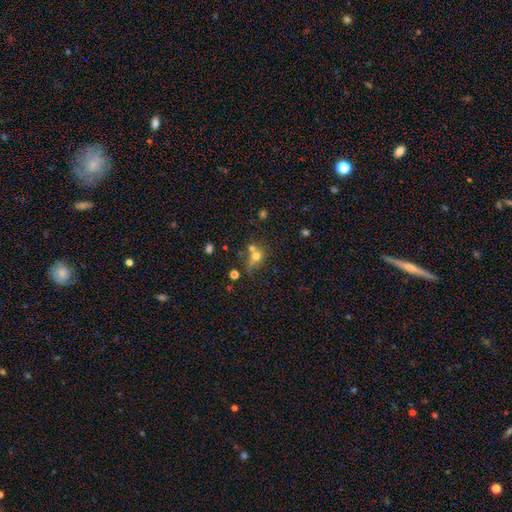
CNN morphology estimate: A smooth galaxy with no disk features (67%) that is round (67%).

Vote fractions:
- Smooth or featured? smooth: 67% / featured or disk: 17% / star or artifact: 16%
- How rounded? round: 67% / in between: 31% / cigar-shaped: 2%
- Merging? merger: 44% / none: 34% / minor disturbance: 13% / major disturbance: 10%